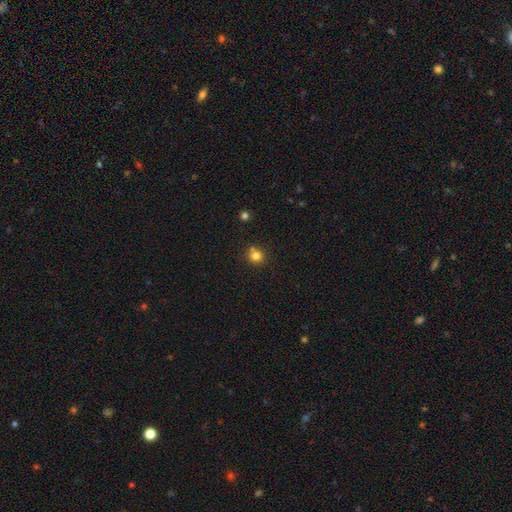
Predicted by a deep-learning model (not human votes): Smooth or featured? Predicted: smooth (p=0.79). How rounded? Predicted: round (p=0.90). Merging? Predicted: none (p=0.70).